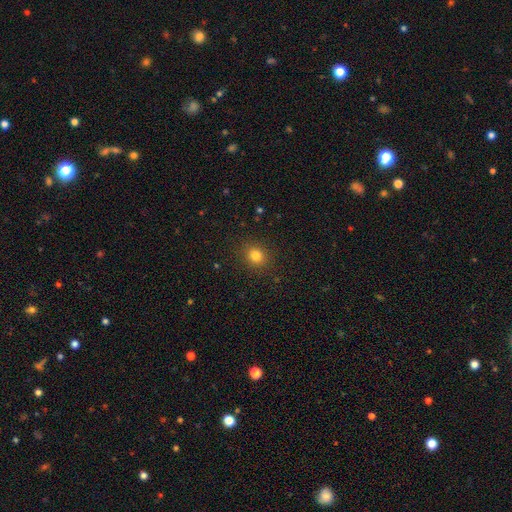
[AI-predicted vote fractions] smooth_or_featured: smooth (p=0.81) [alt: star or artifact p=0.14]
how_rounded: round (p=0.76) [alt: in between p=0.23]
merging: none (p=0.89) [alt: minor disturbance p=0.07]